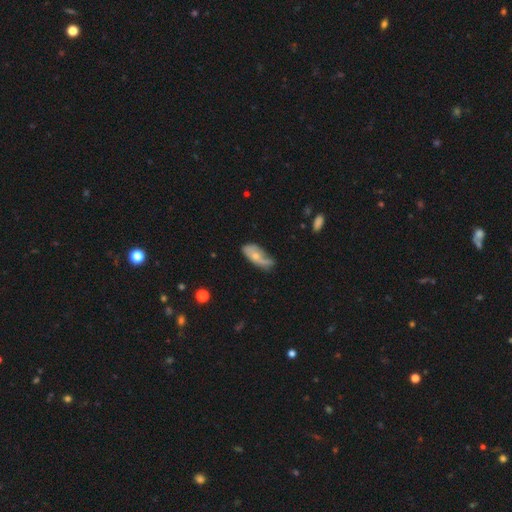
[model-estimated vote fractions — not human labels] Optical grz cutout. It shows a smooth galaxy with no disk features (49%). Merging: minor disturbance (39%).